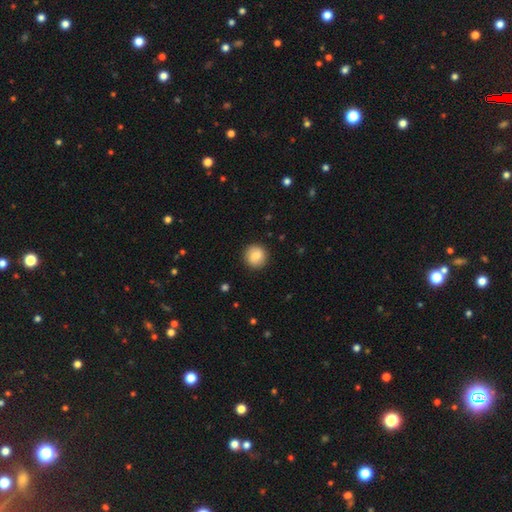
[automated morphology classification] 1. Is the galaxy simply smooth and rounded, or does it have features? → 83% smooth, 9% featured or disk, 8% star or artifact.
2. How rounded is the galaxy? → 93% round, 6% in between, 1% cigar-shaped.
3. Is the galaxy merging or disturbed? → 90% none, 7% minor disturbance, 2% major disturbance, 1% merger.